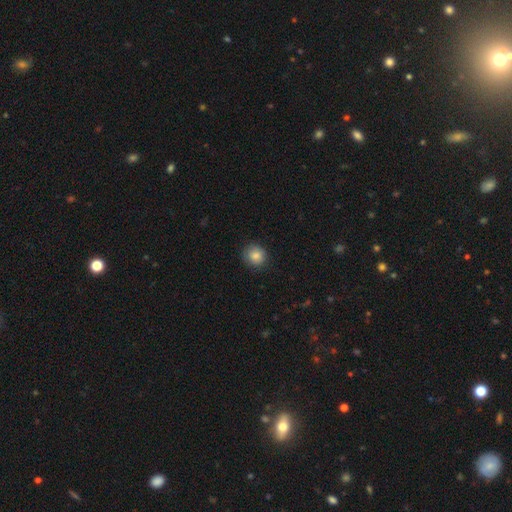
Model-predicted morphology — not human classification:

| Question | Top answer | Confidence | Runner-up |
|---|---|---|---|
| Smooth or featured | smooth | 85% | star or artifact (9%) |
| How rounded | round | 87% | in between (12%) |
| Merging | none | 85% | minor disturbance (11%) |